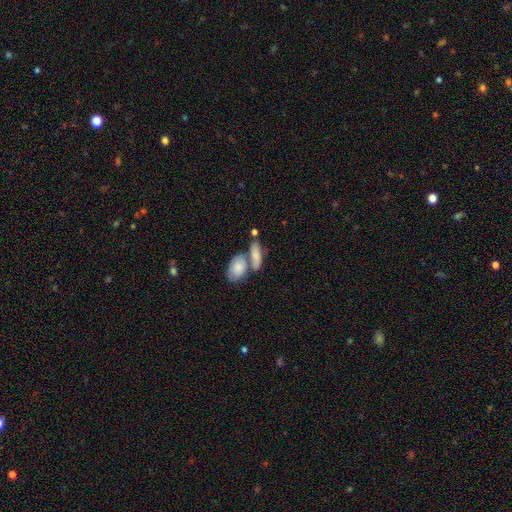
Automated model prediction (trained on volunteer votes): This appears to be a smooth galaxy with no disk features (77%) that is in between round and cigar-shaped (75%). Merging: merger (43%).